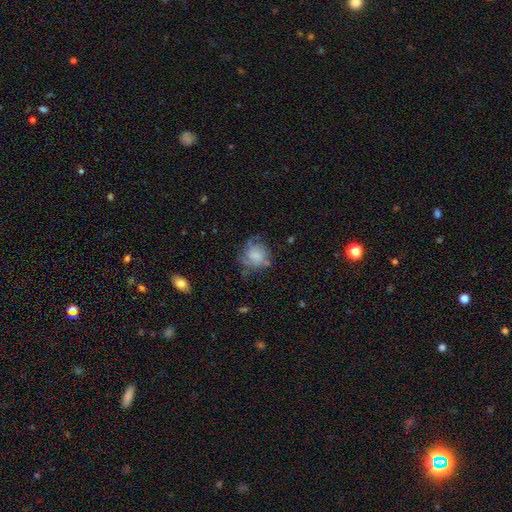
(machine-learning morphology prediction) smooth-or-featured: featured or disk: 53% | smooth: 38% | star or artifact: 9%
  disk-edge-on: no: 98% | yes: 2%
    bar: no: 70% | weak: 26% | strong: 5%
    has-spiral-arms: yes: 77% | no: 23%
    bulge-size: none: 34% | moderate: 25% | small: 23% | large: 16% | dominant: 3%
  merging: none: 51% | minor disturbance: 25% | major disturbance: 21% | merger: 3%